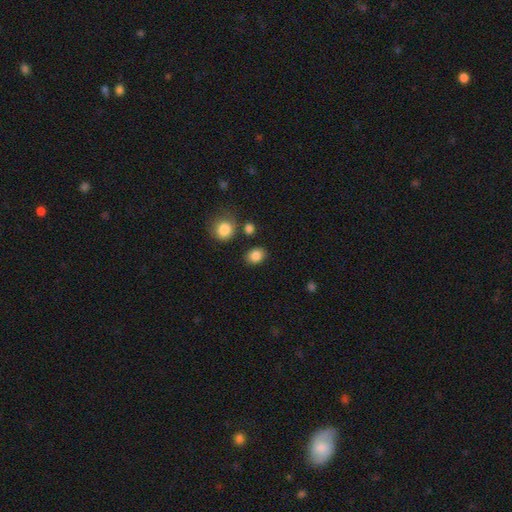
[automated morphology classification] Smooth or featured? smooth (86%)
How rounded? in between (52%)
Merging? none (82%)